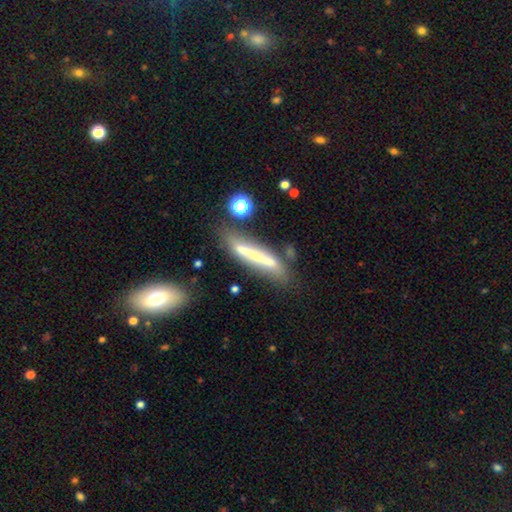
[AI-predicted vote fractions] A smooth galaxy with no disk features (49%). Merging: none (59%).